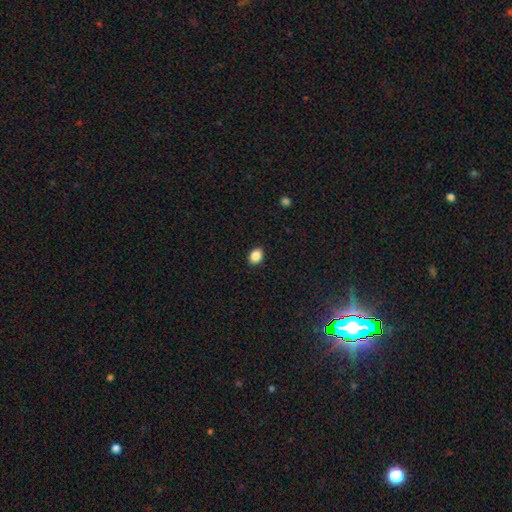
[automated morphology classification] Q: Smooth or featured?
A: smooth (88%); runner-up: star or artifact (9%)
Q: How rounded?
A: in between (65%); runner-up: round (34%)
Q: Merging?
A: none (91%); runner-up: minor disturbance (7%)